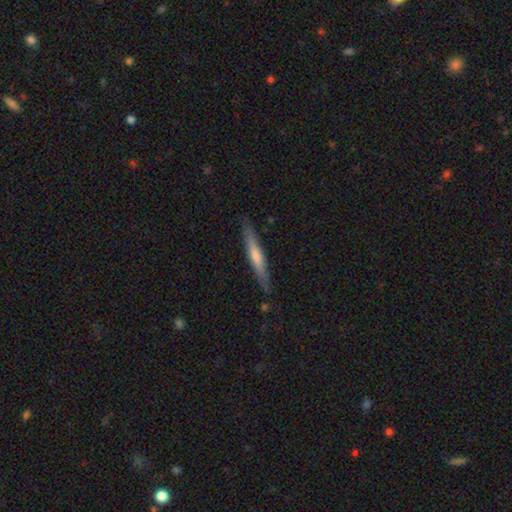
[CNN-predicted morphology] Smooth or featured? Predicted: smooth (p=0.51). How rounded? Predicted: cigar-shaped (p=0.94). Merging? Predicted: none (p=0.87).